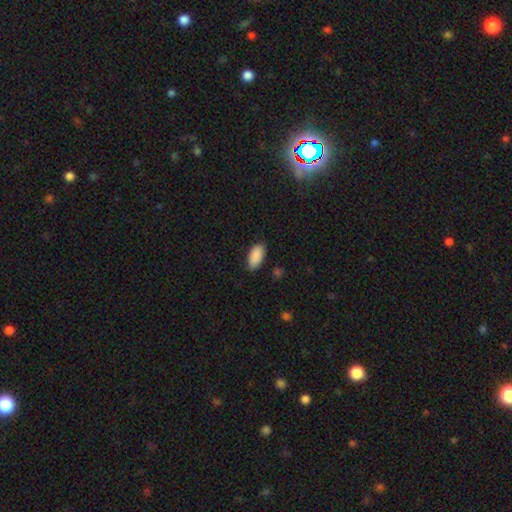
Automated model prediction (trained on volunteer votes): This is clearly a smooth galaxy (90%). How rounded: clearly in between (94%). Merging: clearly none (84%).